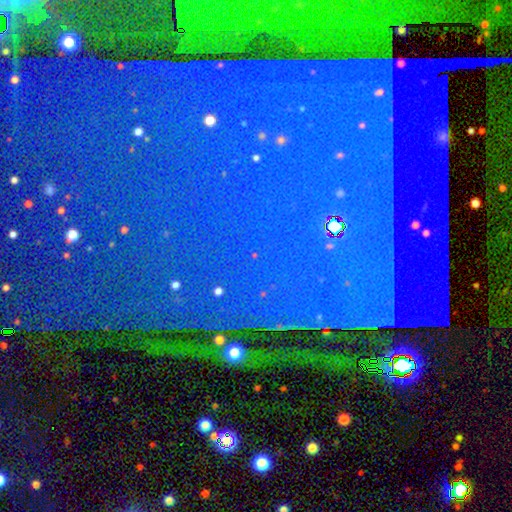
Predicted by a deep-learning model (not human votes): smooth-or-featured: star or artifact: 85% | featured or disk: 8% | smooth: 7%